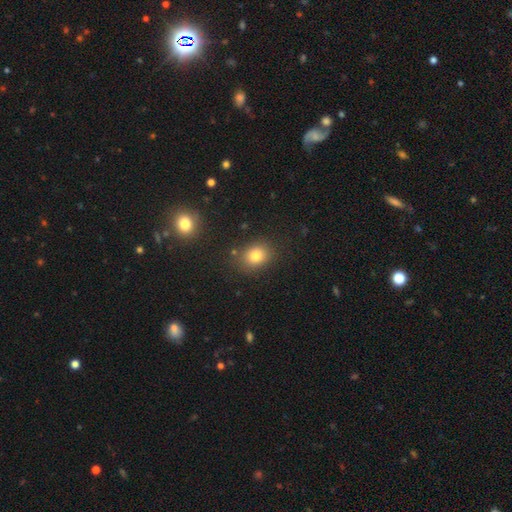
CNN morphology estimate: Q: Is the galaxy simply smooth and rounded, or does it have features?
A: smooth — 79%.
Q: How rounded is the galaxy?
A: round — 57%.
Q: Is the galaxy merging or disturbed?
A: none — 82%.